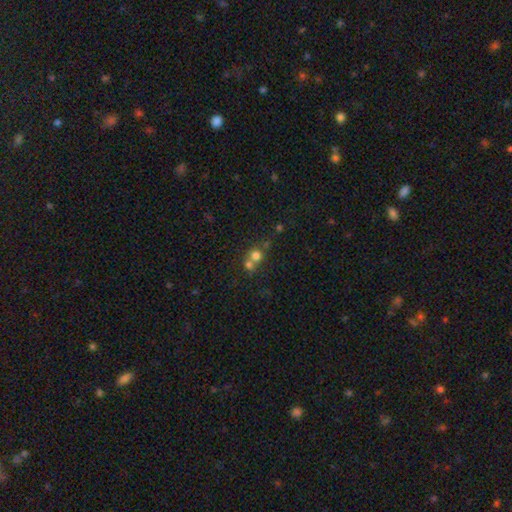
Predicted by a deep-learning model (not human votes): A smooth galaxy with no disk features (72%) that is round (86%).

Vote fractions:
- Smooth or featured? smooth: 72% / star or artifact: 15% / featured or disk: 14%
- How rounded? round: 86% / in between: 13% / cigar-shaped: 1%
- Merging? merger: 56% / none: 36% / minor disturbance: 5% / major disturbance: 3%